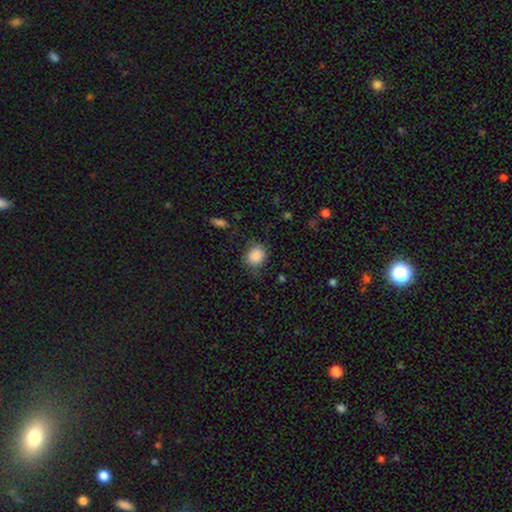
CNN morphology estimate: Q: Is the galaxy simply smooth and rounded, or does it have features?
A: smooth — 86%.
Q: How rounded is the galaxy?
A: round — 58%.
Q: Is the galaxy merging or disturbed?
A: none — 71%.